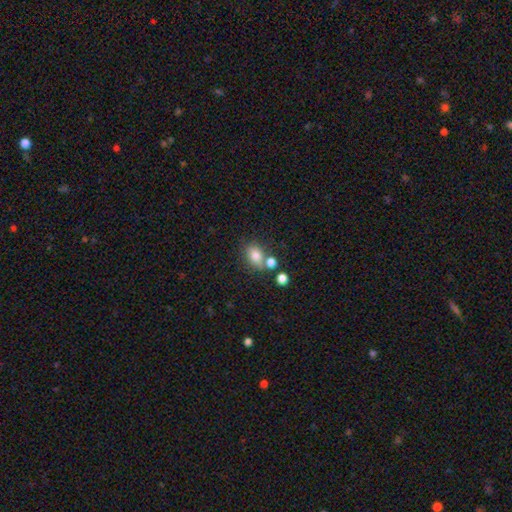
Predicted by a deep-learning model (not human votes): The model was most divided on "how rounded": in between: 64%, round: 34%, cigar-shaped: 2%. More confident: smooth or featured — smooth (79%); merging — none (58%).